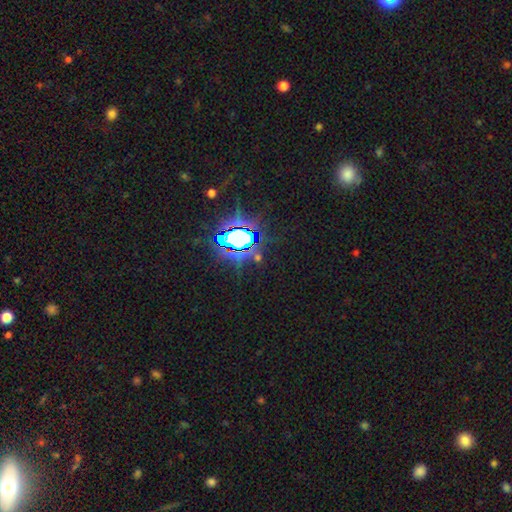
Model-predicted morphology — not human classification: The model was most divided on "smooth or featured": star or artifact: 76%, smooth: 14%, featured or disk: 11%.